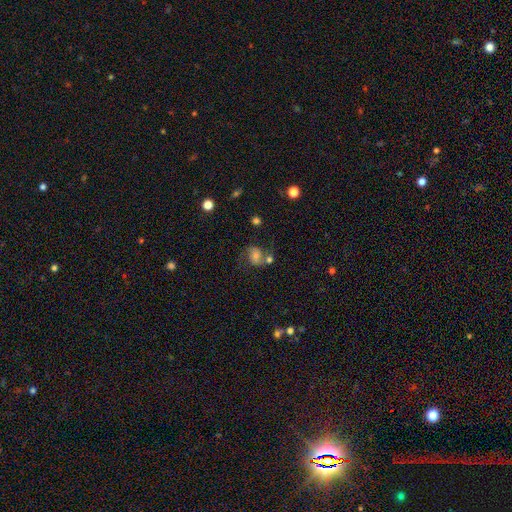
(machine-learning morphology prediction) A smooth galaxy with no disk features (44%). Merging: none (50%).